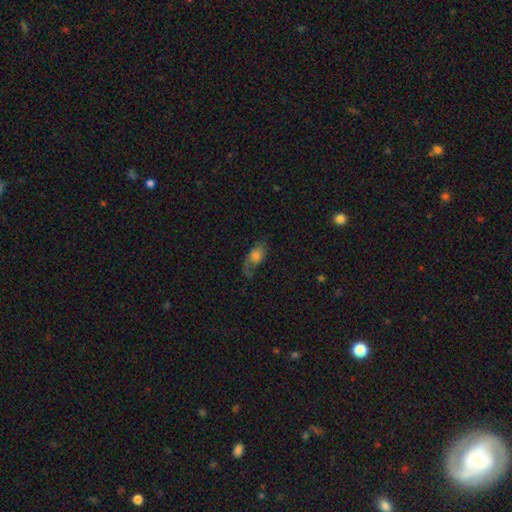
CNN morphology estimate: Smooth or featured?
  - smooth: 47% *
  - featured or disk: 44%
  - star or artifact: 10%
Merging?
  - none: 49% *
  - minor disturbance: 25%
  - major disturbance: 23%
  - merger: 2%